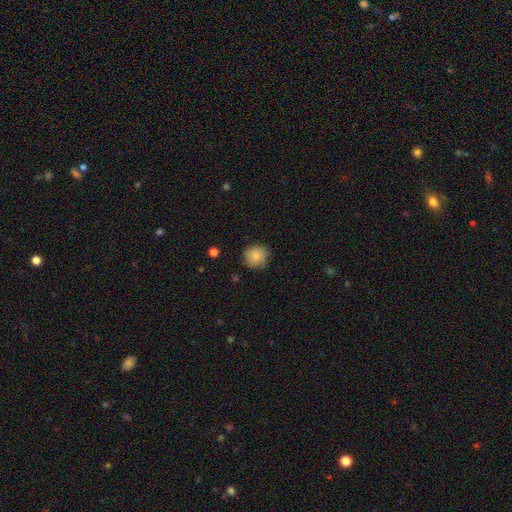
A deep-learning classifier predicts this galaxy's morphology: smooth-or-featured: smooth: 82% | featured or disk: 9% | star or artifact: 9%
  how-rounded: round: 89% | in between: 10% | cigar-shaped: 1%
  merging: none: 79% | minor disturbance: 16% | major disturbance: 3% | merger: 1%